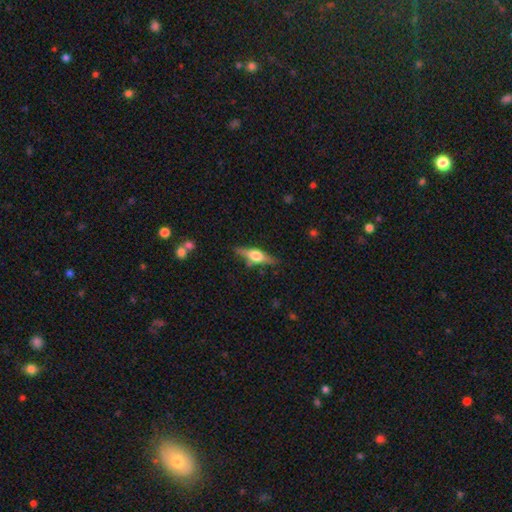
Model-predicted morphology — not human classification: Smooth or featured?
  - featured or disk: 59% *
  - smooth: 34%
  - star or artifact: 6%
Edge-on disk?
  - yes: 94% *
  - no: 6%
Edge-on bulge?
  - rounded: 91% *
  - boxy: 7%
  - none: 2%
Merging?
  - none: 82% *
  - minor disturbance: 12%
  - major disturbance: 3%
  - merger: 3%